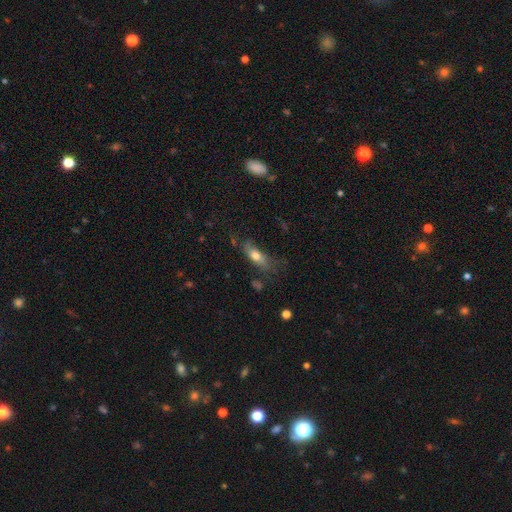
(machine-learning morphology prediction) This is likely a smooth galaxy (66%). How rounded: likely in between (63%). Merging: possibly none (49%).